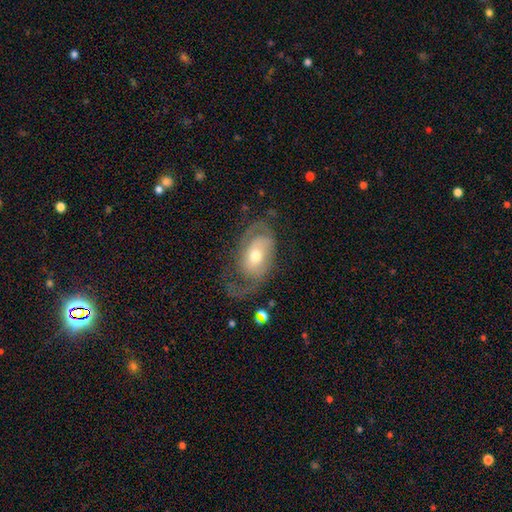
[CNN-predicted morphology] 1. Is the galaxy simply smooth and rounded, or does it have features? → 75% featured or disk, 18% smooth, 7% star or artifact.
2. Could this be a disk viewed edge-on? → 95% no, 5% yes.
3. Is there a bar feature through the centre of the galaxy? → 65% no, 27% weak, 8% strong.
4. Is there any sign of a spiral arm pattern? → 87% yes, 13% no.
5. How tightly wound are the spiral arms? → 40% medium, 33% tight, 26% loose.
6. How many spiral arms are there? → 59% 2, 17% 1, 17% can't tell, 5% 3, 2% 4, 2% more than 4.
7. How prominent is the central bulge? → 58% moderate, 35% small, 5% large, 1% dominant, 1% none.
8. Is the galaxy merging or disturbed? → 53% none, 24% major disturbance, 21% minor disturbance, 2% merger.